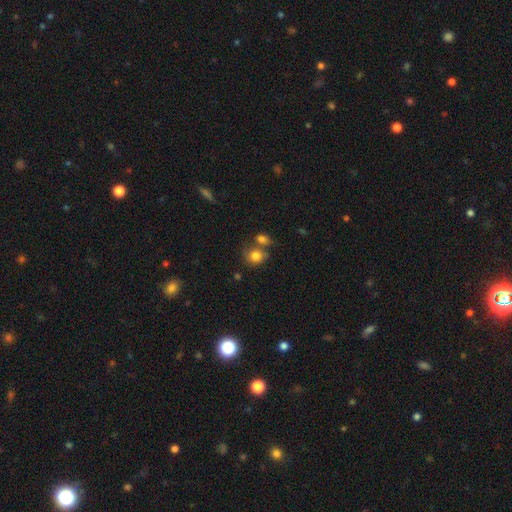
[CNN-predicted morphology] This appears to be a smooth galaxy with no disk features (81%) that is round (70%). Merging: none (48%).